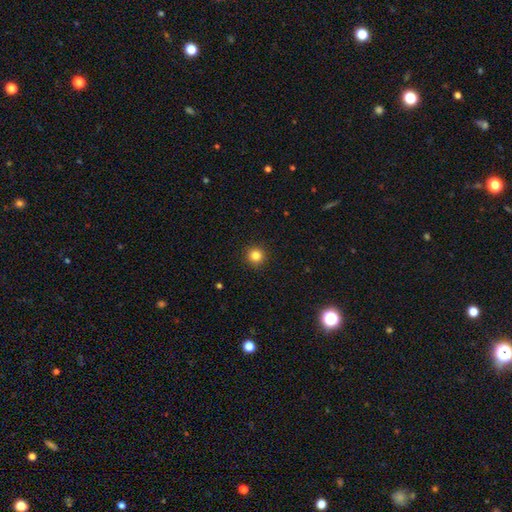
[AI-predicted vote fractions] Smooth or featured? smooth (83%)
How rounded? round (95%)
Merging? none (93%)